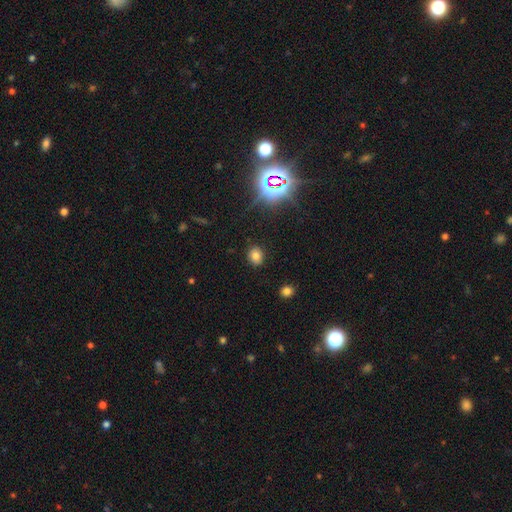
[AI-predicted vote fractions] A smooth galaxy with no disk features (75%) that is round (65%).

Vote fractions:
- Smooth or featured? smooth: 75% / star or artifact: 18% / featured or disk: 8%
- How rounded? round: 65% / in between: 34% / cigar-shaped: 1%
- Merging? none: 88% / minor disturbance: 8% / major disturbance: 2% / merger: 1%